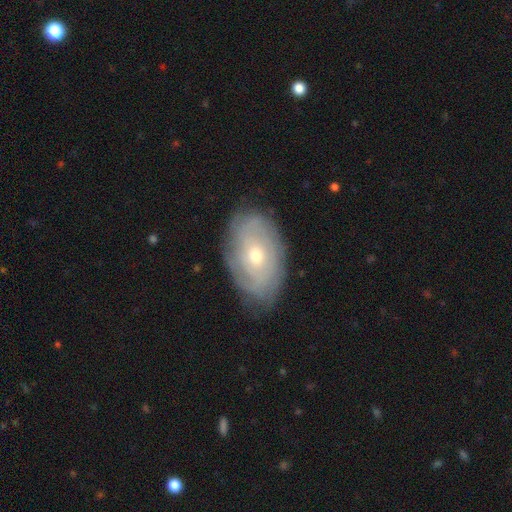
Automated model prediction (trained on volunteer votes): Smooth or featured? featured or disk (69%)
Edge-on disk? no (93%)
Bar? no (77%)
Spiral arms? yes (79%)
Spiral winding? tight (74%)
Spiral arm count? can't tell (60%)
Bulge size? moderate (61%)
Merging? none (78%)